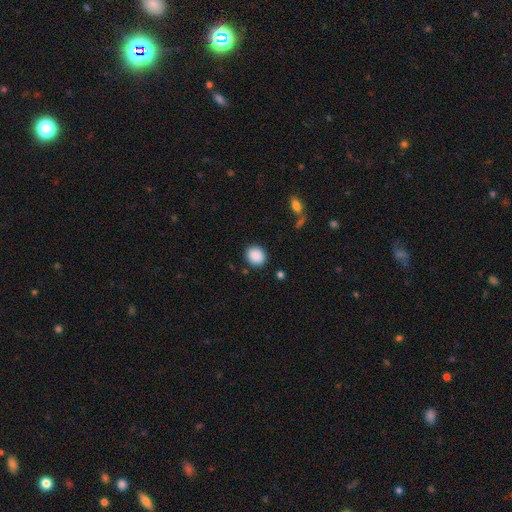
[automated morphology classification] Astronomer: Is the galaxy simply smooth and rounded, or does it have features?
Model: smooth — 89%.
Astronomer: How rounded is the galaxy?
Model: round — 70%.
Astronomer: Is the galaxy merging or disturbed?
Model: none — 87%.